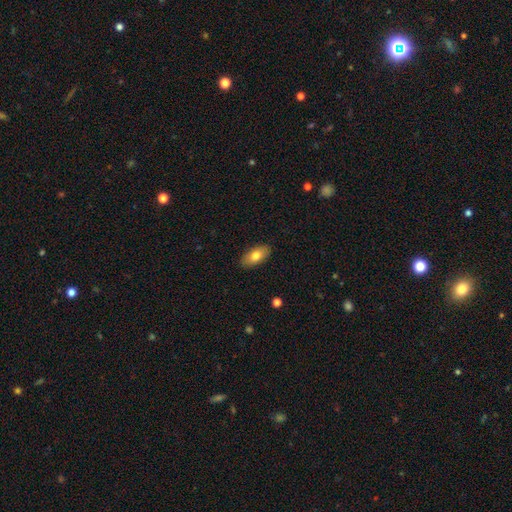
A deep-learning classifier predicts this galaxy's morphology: Smooth or featured? smooth (78%)
How rounded? in between (91%)
Merging? none (89%)